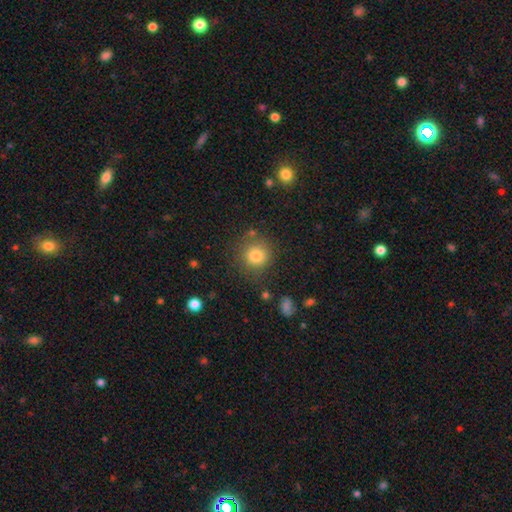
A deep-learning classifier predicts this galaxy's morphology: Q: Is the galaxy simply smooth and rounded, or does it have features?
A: smooth — 82%.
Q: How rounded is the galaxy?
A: round — 89%.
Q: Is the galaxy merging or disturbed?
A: none — 79%.